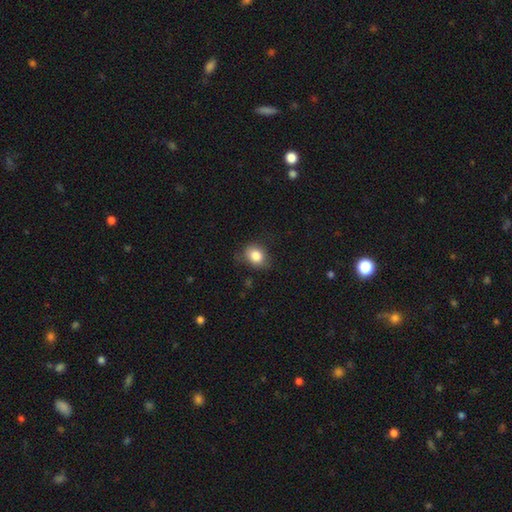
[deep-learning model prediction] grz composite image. It shows a smooth galaxy with no disk features (83%) that is in between round and cigar-shaped (52%). Merging: none (72%).